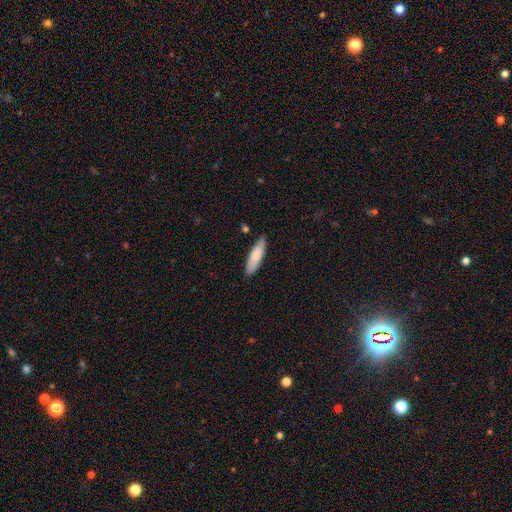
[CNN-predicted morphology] smooth-or-featured: smooth: 82% | featured or disk: 13% | star or artifact: 5%
  how-rounded: cigar-shaped: 51% | in between: 48% | round: 1%
  merging: none: 83% | minor disturbance: 13% | major disturbance: 2% | merger: 2%